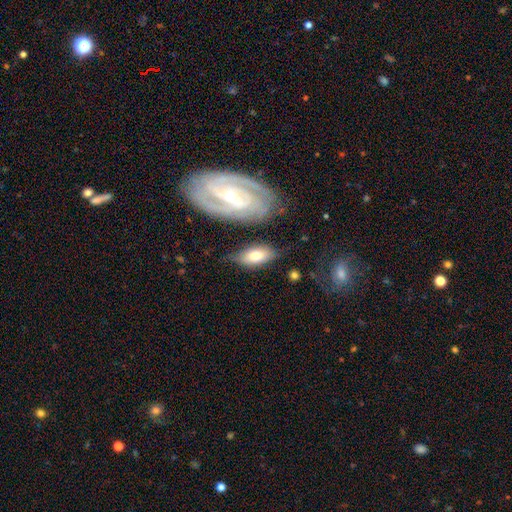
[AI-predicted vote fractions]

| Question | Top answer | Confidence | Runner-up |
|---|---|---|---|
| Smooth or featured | smooth | 63% | featured or disk (30%) |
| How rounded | in between | 88% | cigar-shaped (9%) |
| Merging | none | 63% | minor disturbance (22%) |